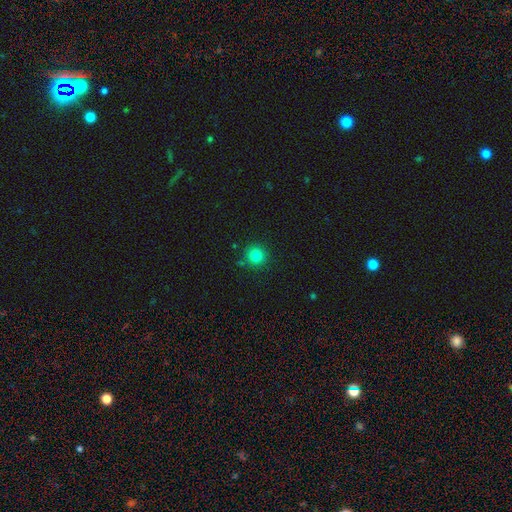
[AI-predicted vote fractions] Smooth or featured? Predicted: smooth (p=0.82). How rounded? Predicted: round (p=0.94). Merging? Predicted: none (p=0.86).